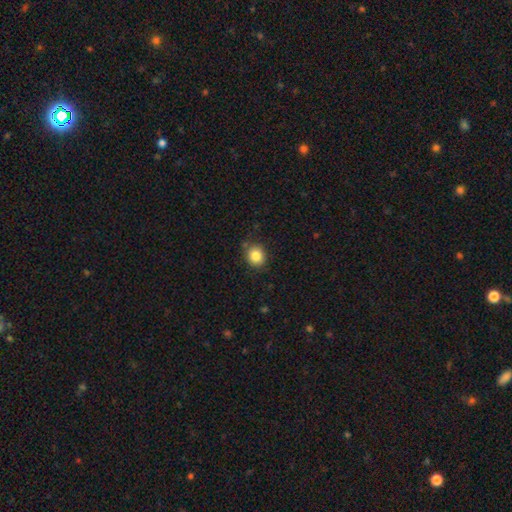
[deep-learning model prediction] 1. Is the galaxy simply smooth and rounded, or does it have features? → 84% smooth, 10% star or artifact, 6% featured or disk.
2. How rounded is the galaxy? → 79% round, 20% in between, 1% cigar-shaped.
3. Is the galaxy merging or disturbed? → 84% none, 11% minor disturbance, 3% major disturbance, 2% merger.